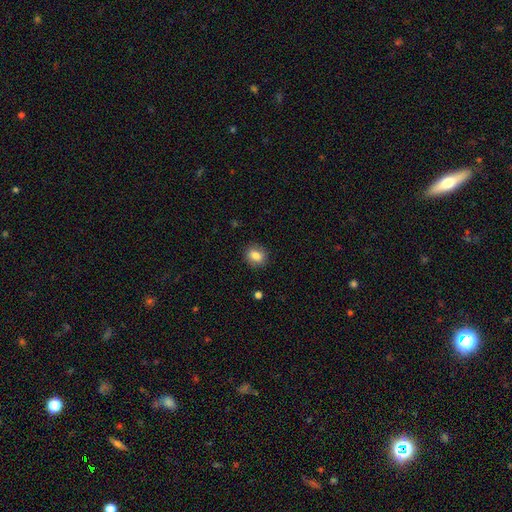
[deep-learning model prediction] Smooth or featured?
  - smooth: 83% *
  - star or artifact: 9%
  - featured or disk: 7%
How rounded?
  - round: 67% *
  - in between: 32%
  - cigar-shaped: 1%
Merging?
  - none: 88% *
  - minor disturbance: 8%
  - major disturbance: 2%
  - merger: 1%